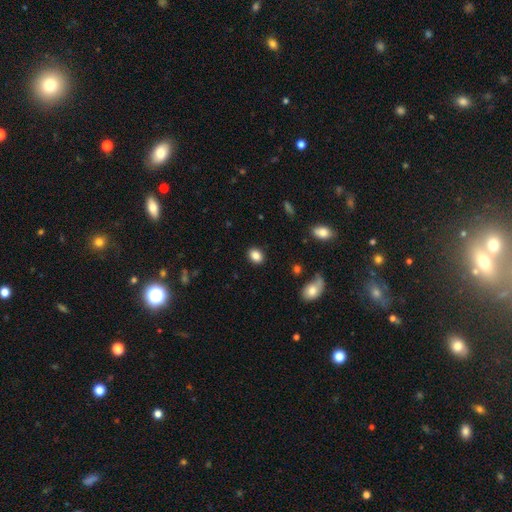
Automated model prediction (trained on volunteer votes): Smooth or featured? smooth (85%)
How rounded? in between (61%)
Merging? none (89%)